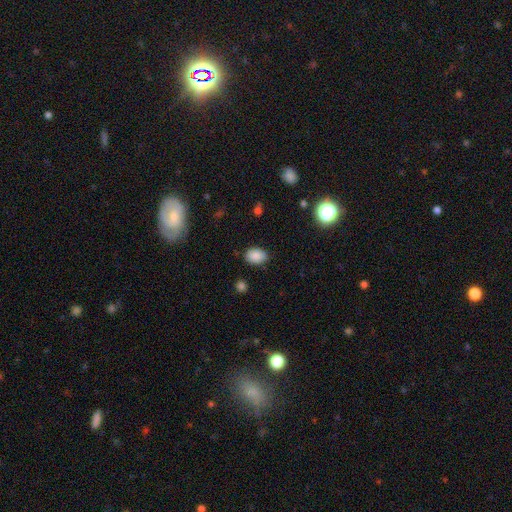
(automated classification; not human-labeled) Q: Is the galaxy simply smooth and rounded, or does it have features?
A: smooth — 86%.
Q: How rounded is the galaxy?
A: in between — 76%.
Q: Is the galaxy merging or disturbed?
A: none — 81%.